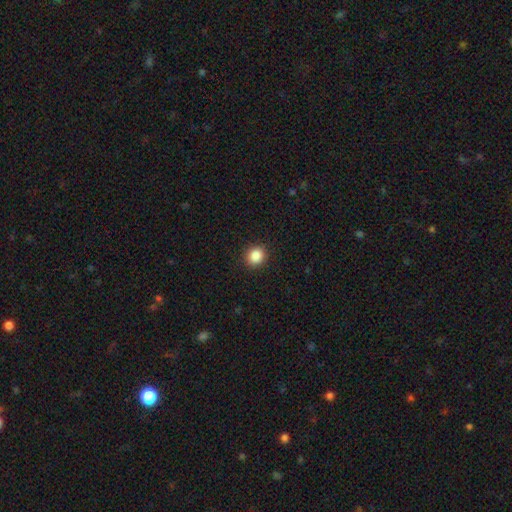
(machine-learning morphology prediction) Q: Smooth or featured?
A: smooth (88%); runner-up: star or artifact (9%)
Q: How rounded?
A: round (81%); runner-up: in between (18%)
Q: Merging?
A: none (91%); runner-up: minor disturbance (6%)